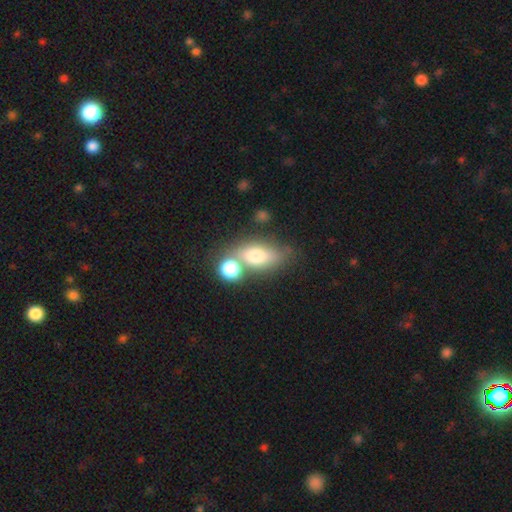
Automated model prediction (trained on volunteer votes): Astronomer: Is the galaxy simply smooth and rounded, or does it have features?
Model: smooth — 68%.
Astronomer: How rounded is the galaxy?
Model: in between — 74%.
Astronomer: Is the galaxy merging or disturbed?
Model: none — 44% (runner-up: merger, 36%).